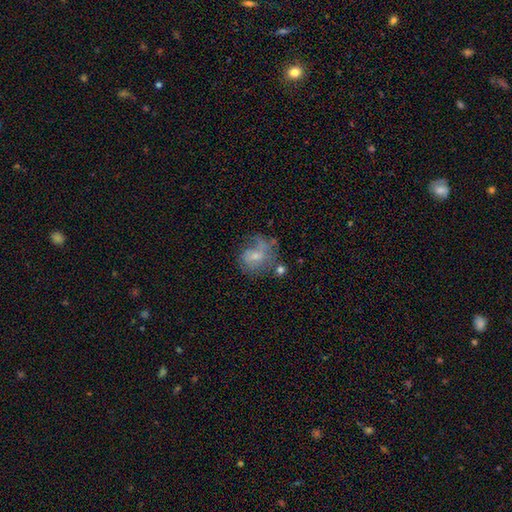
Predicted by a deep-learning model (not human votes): A smooth galaxy with no disk features (45%).

Vote fractions:
- Smooth or featured? smooth: 45% / featured or disk: 44% / star or artifact: 11%
- Merging? none: 36% / major disturbance: 30% / minor disturbance: 25% / merger: 9%